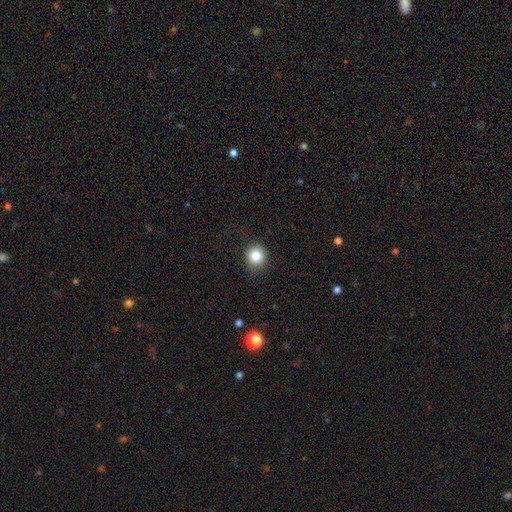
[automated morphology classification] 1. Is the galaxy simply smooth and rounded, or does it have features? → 83% smooth, 11% star or artifact, 6% featured or disk.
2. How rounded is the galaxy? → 87% round, 12% in between, 1% cigar-shaped.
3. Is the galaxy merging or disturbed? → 84% none, 12% minor disturbance, 3% major disturbance, 1% merger.